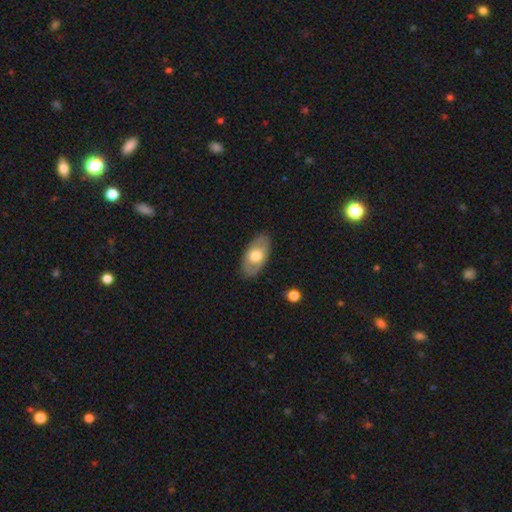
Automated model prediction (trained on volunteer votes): smooth_or_featured: smooth (p=0.55) [alt: featured or disk p=0.40]
how_rounded: in between (p=0.92) [alt: round p=0.05]
merging: none (p=0.84) [alt: minor disturbance p=0.12]